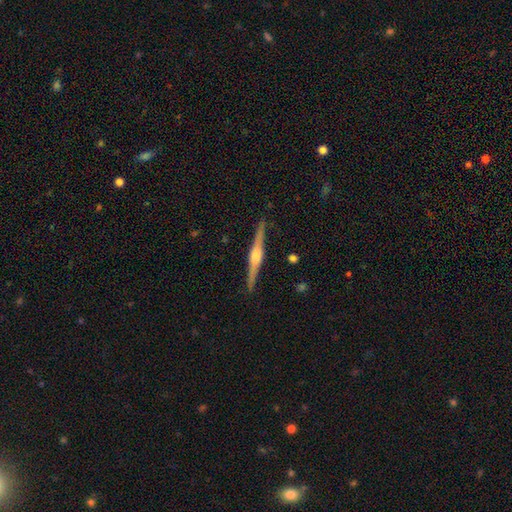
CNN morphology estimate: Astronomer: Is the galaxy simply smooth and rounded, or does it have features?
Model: featured or disk — 81%.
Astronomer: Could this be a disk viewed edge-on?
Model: yes — 98%.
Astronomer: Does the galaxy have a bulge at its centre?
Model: rounded — 77%.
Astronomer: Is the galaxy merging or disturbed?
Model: none — 90%.